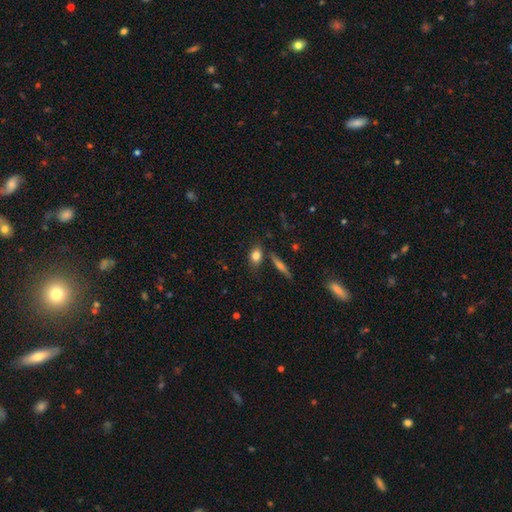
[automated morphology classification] Smooth or featured?
  - smooth: 79% *
  - featured or disk: 12%
  - star or artifact: 9%
How rounded?
  - in between: 68% *
  - round: 25%
  - cigar-shaped: 8%
Merging?
  - none: 75% *
  - minor disturbance: 13%
  - merger: 8%
  - major disturbance: 3%